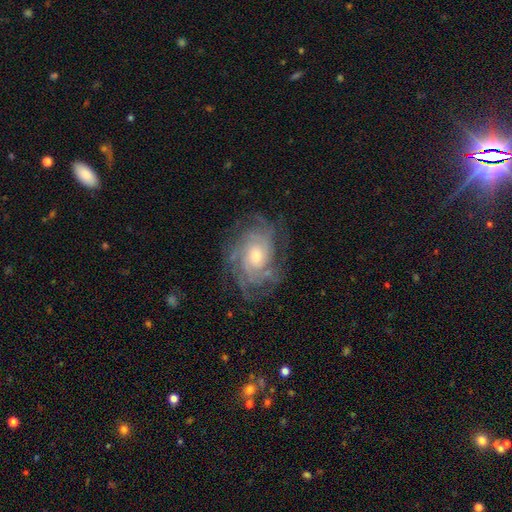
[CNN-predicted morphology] A featured or disk galaxy (86%) with no bar (74%), tight (65%) spiral arms (96%) and a moderate central bulge (55%).

Vote fractions:
- Smooth or featured? featured or disk: 86% / smooth: 7% / star or artifact: 7%
- Edge-on disk? no: 97% / yes: 3%
- Bar? no: 74% / weak: 22% / strong: 4%
- Spiral arms? yes: 96% / no: 4%
- Spiral winding? tight: 65% / medium: 28% / loose: 7%
- Spiral arm count? can't tell: 36% / 4: 22% / 3: 14% / more than 4: 13% / 2: 9% / 1: 6%
- Bulge size? moderate: 55% / small: 37% / large: 6% / none: 1% / dominant: 1%
- Merging? none: 73% / minor disturbance: 17% / major disturbance: 9% / merger: 1%